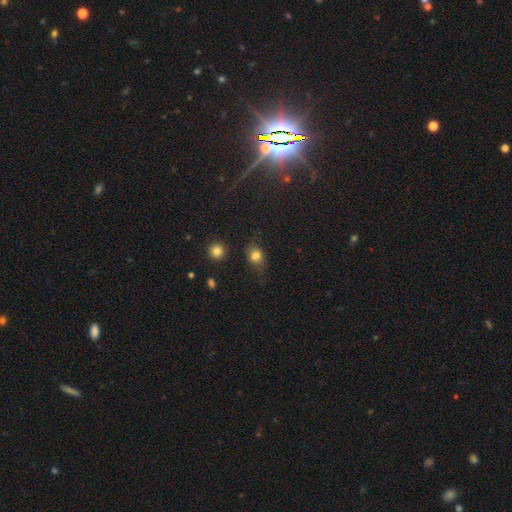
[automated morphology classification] type=smooth (75%); roundness=round (51%); merging=none (66%).